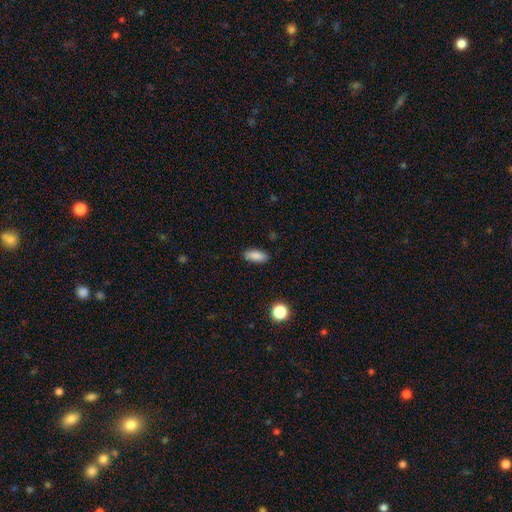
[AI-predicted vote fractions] This appears to be a smooth galaxy with no disk features (87%) that is in between round and cigar-shaped (81%). Merging: none (87%).